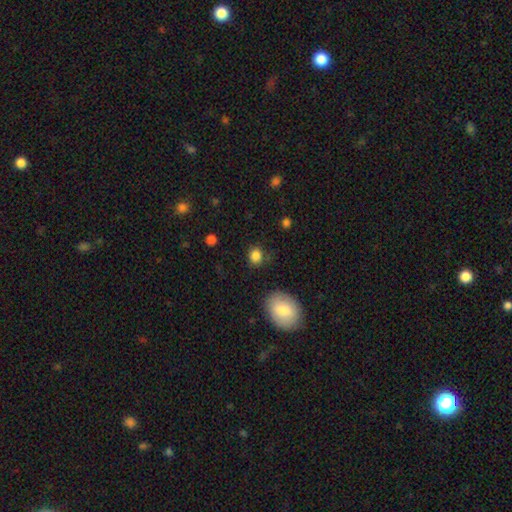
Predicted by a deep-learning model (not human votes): smooth 85%, star or artifact 10%, featured or disk 4%. Down the decision tree: how rounded — round (70%); merging — none (80%).